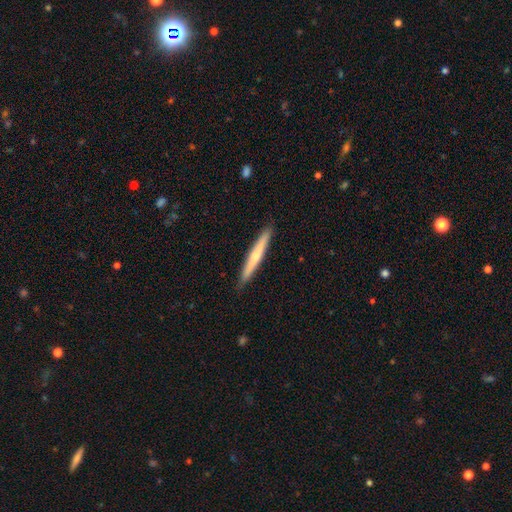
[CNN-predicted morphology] smooth_or_featured: smooth (p=0.49) [alt: featured or disk p=0.46]
merging: none (p=0.91) [alt: minor disturbance p=0.07]